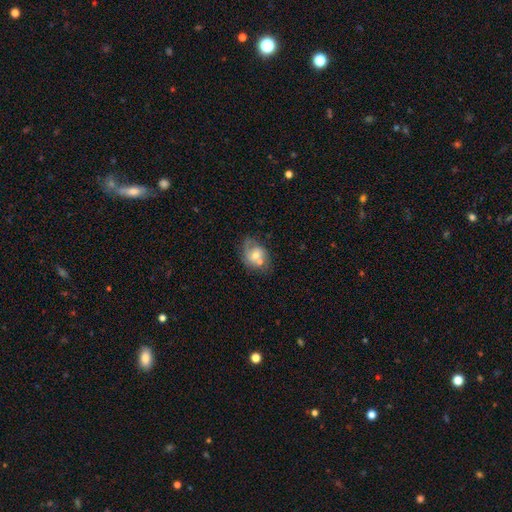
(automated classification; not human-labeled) A featured or disk galaxy (50%). Merging: none (40%).